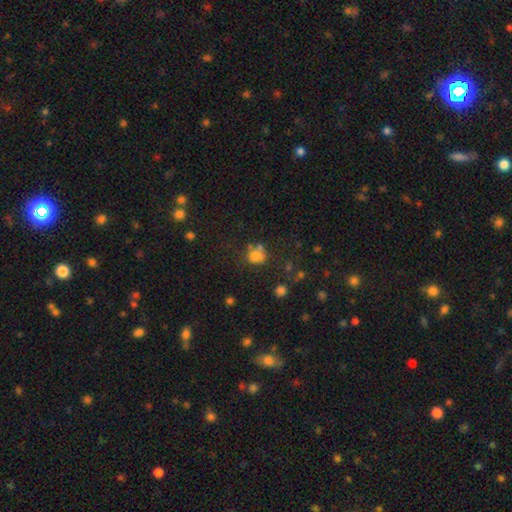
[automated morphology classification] This is likely a smooth galaxy (77%). How rounded: likely round (74%). Merging: possibly none (55%).